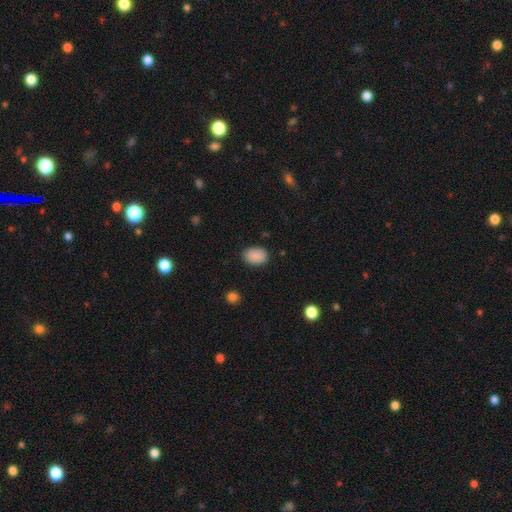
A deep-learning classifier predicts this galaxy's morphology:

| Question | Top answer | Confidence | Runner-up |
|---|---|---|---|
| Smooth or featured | smooth | 89% | star or artifact (8%) |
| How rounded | in between | 75% | round (24%) |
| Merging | none | 84% | minor disturbance (12%) |